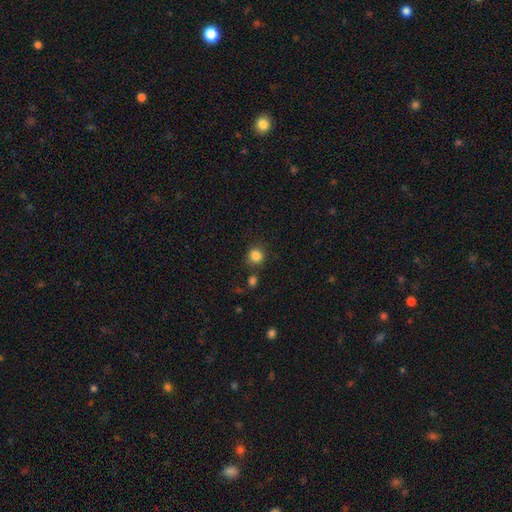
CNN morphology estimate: smooth-or-featured: smooth: 85% | star or artifact: 11% | featured or disk: 4%
  how-rounded: round: 86% | in between: 13% | cigar-shaped: 1%
  merging: none: 79% | minor disturbance: 11% | merger: 7% | major disturbance: 4%